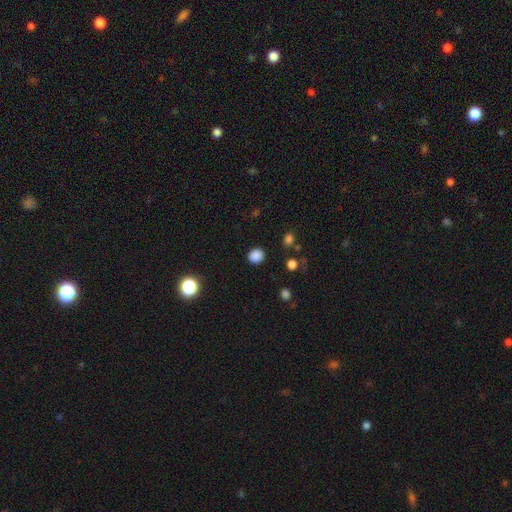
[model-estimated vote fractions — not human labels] Morphology: type=smooth (85%); roundness=round (76%); merging=none (89%).